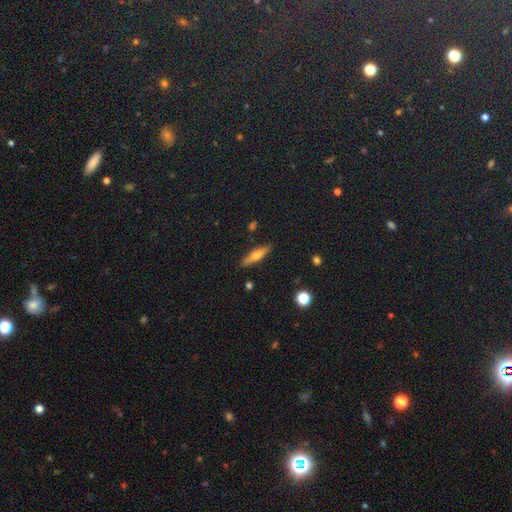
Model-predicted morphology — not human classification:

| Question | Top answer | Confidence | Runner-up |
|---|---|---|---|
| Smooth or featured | featured or disk | 48% | smooth (45%) |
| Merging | none | 89% | minor disturbance (8%) |